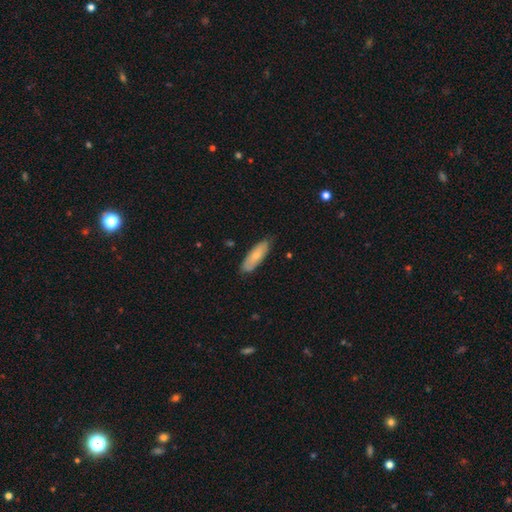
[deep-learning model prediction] This is likely a smooth galaxy (70%). How rounded: possibly in between (56%). Merging: clearly none (80%).